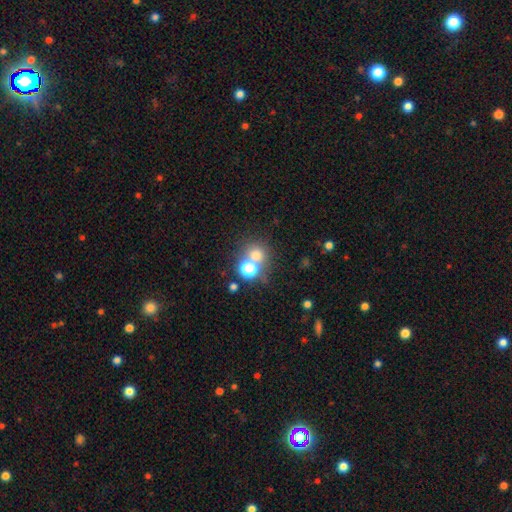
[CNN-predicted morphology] A smooth galaxy with no disk features (67%) that is round (87%).

Vote fractions:
- Smooth or featured? smooth: 67% / star or artifact: 24% / featured or disk: 10%
- How rounded? round: 87% / in between: 12% / cigar-shaped: 1%
- Merging? none: 59% / merger: 30% / minor disturbance: 7% / major disturbance: 4%